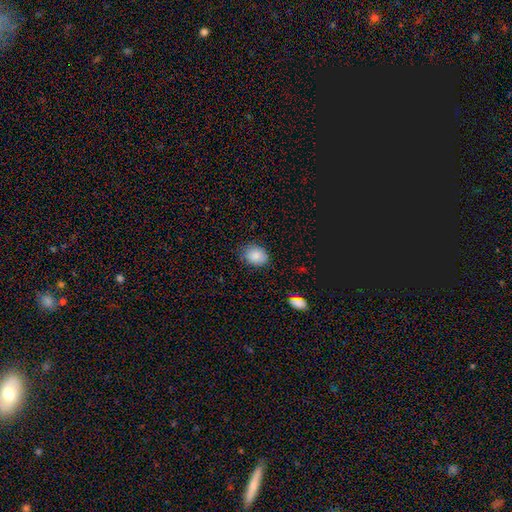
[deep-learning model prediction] smooth-or-featured: smooth: 86% | star or artifact: 8% | featured or disk: 6%
  how-rounded: in between: 58% | round: 41% | cigar-shaped: 1%
  merging: none: 78% | minor disturbance: 17% | major disturbance: 3% | merger: 1%